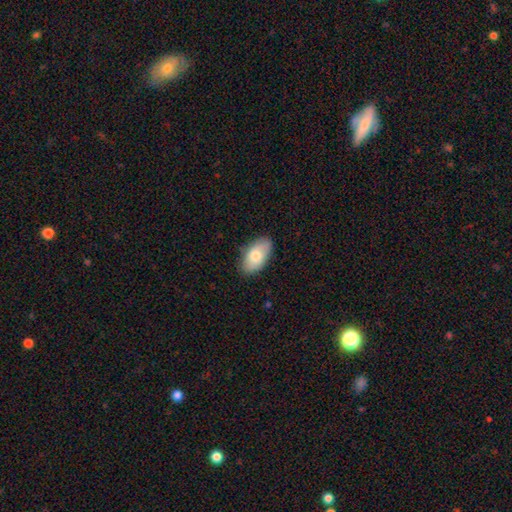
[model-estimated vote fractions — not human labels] Smooth or featured: smooth — 75% (featured or disk — 19%)
How rounded: in between — 94% (round — 4%)
Merging: none — 83% (minor disturbance — 13%)